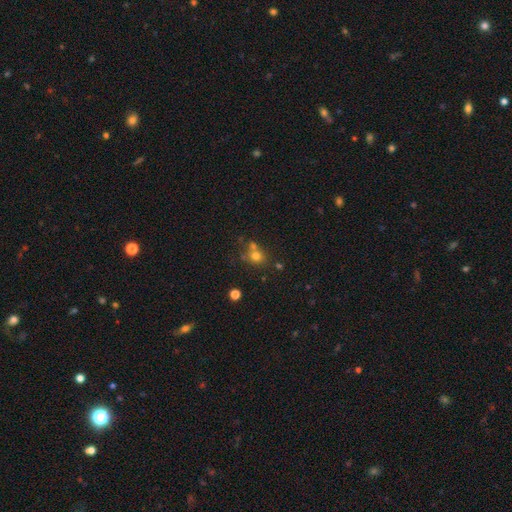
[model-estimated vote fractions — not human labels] This is likely a smooth galaxy (70%). How rounded: likely round (77%). Merging: possibly none (52%).